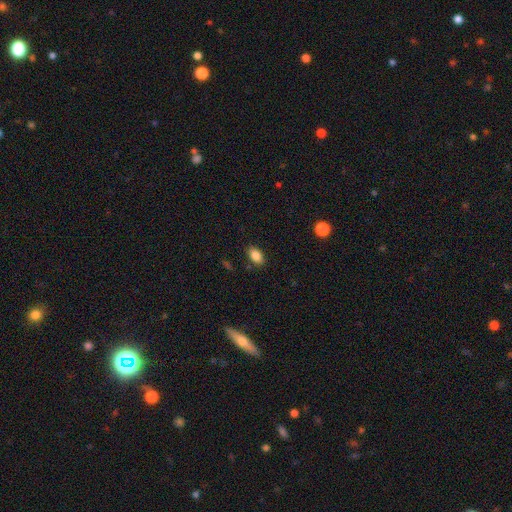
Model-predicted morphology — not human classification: smooth_or_featured: smooth (p=0.86) [alt: star or artifact p=0.09]
how_rounded: in between (p=0.90) [alt: round p=0.08]
merging: none (p=0.85) [alt: minor disturbance p=0.10]